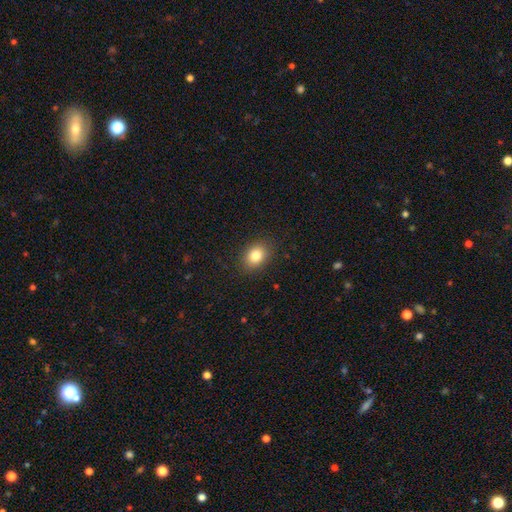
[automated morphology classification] smooth-or-featured: smooth: 83% | star or artifact: 10% | featured or disk: 7%
  how-rounded: in between: 64% | round: 35% | cigar-shaped: 1%
  merging: none: 87% | minor disturbance: 9% | major disturbance: 3% | merger: 1%